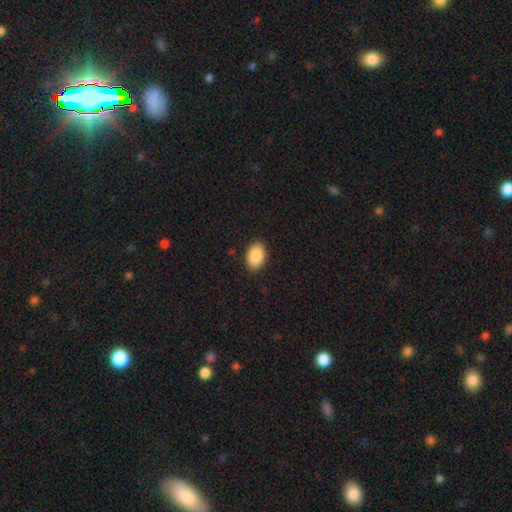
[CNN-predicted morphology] Q: Smooth or featured?
A: smooth (89%); runner-up: star or artifact (7%)
Q: How rounded?
A: in between (88%); runner-up: round (10%)
Q: Merging?
A: none (90%); runner-up: minor disturbance (8%)